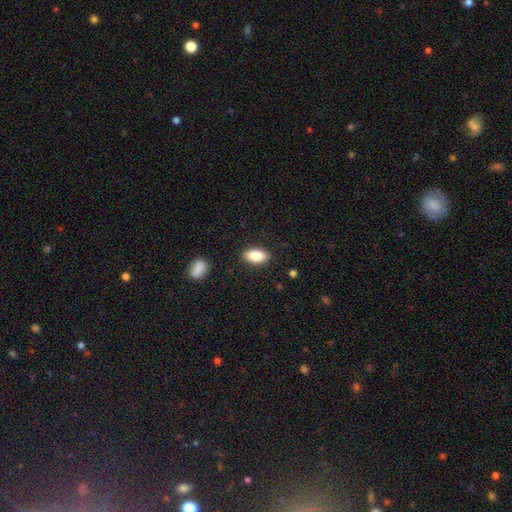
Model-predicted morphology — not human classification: smooth 85%, featured or disk 8%, star or artifact 7%. Down the decision tree: how rounded — in between (90%); merging — none (87%).